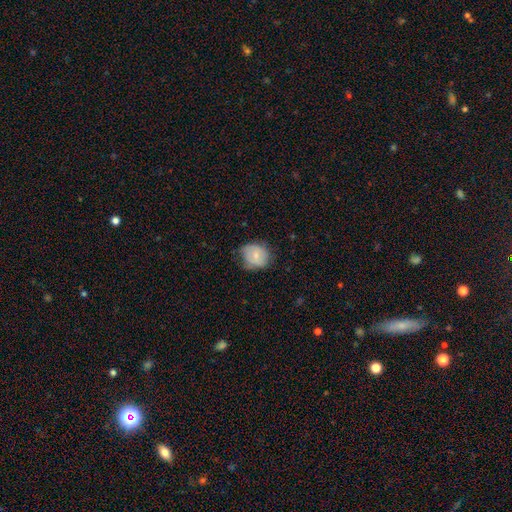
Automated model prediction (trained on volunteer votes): Overall: smooth (69%). How rounded: round (68%; in between 31%). Merging: none (57%; minor disturbance 33%).